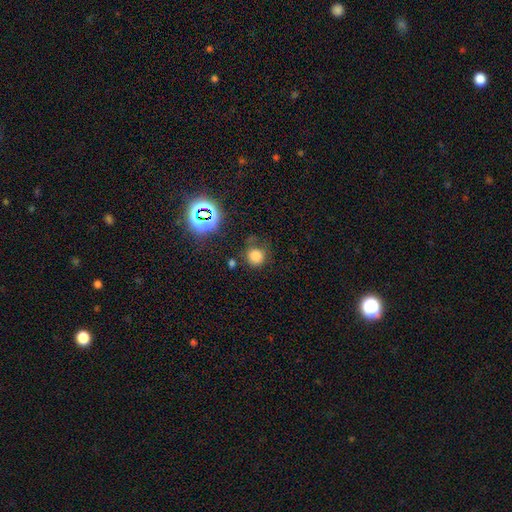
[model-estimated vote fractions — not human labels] smooth 75%, star or artifact 19%, featured or disk 6%. Down the decision tree: how rounded — round (90%); merging — none (71%).